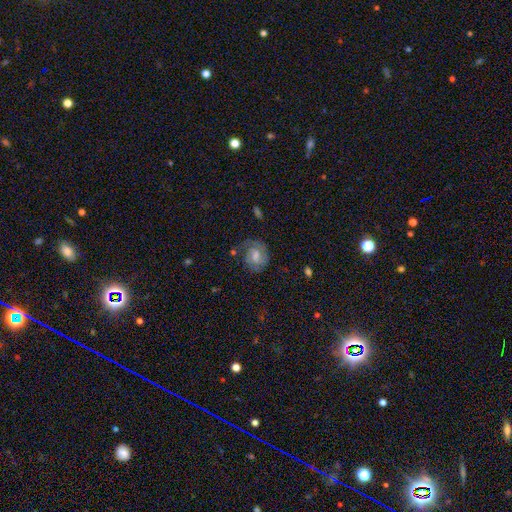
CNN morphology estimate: Smooth or featured? featured or disk (66%)
Edge-on disk? no (97%)
Bar? weak (47%)
Spiral arms? yes (90%)
Spiral winding? tight (53%)
Spiral arm count? 2 (68%)
Bulge size? moderate (53%)
Merging? none (72%)